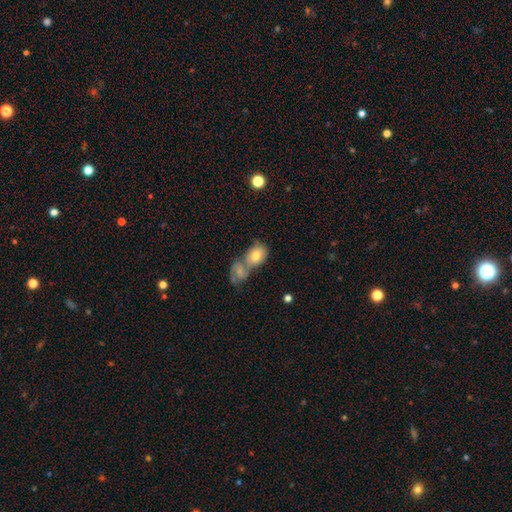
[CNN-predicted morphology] A smooth galaxy with no disk features (69%) that is in between round and cigar-shaped (68%).

Vote fractions:
- Smooth or featured? smooth: 69% / featured or disk: 23% / star or artifact: 8%
- How rounded? in between: 68% / round: 31% / cigar-shaped: 2%
- Merging? merger: 63% / none: 23% / minor disturbance: 9% / major disturbance: 5%